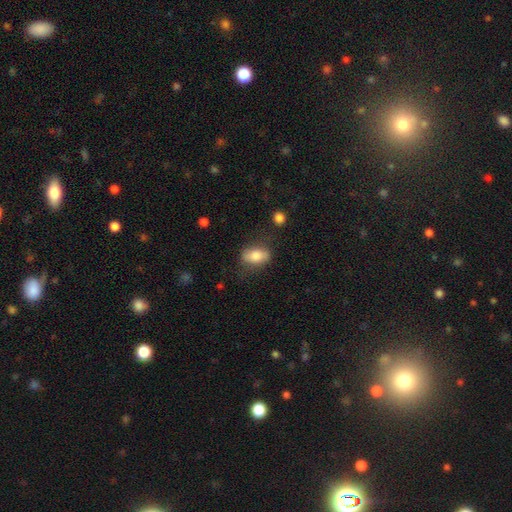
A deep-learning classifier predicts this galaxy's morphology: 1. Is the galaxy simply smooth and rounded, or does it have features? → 76% smooth, 17% featured or disk, 7% star or artifact.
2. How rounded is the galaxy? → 84% in between, 12% round, 4% cigar-shaped.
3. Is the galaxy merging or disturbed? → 70% none, 20% minor disturbance, 8% major disturbance, 3% merger.